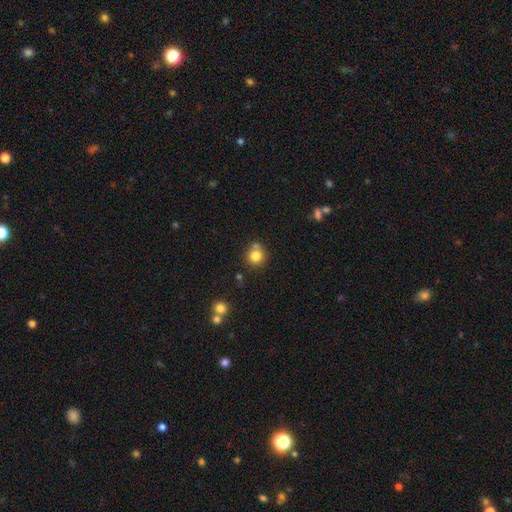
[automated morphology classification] smooth-or-featured: smooth: 80% | star or artifact: 12% | featured or disk: 8%
  how-rounded: round: 91% | in between: 8% | cigar-shaped: 1%
  merging: none: 65% | merger: 22% | minor disturbance: 10% | major disturbance: 3%